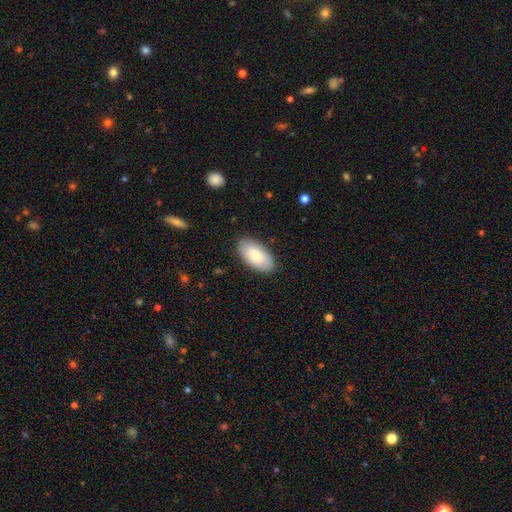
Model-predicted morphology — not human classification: Smooth or featured?
  - smooth: 80% *
  - featured or disk: 14%
  - star or artifact: 6%
How rounded?
  - in between: 95% *
  - cigar-shaped: 3%
  - round: 2%
Merging?
  - none: 87% *
  - minor disturbance: 10%
  - major disturbance: 2%
  - merger: 1%